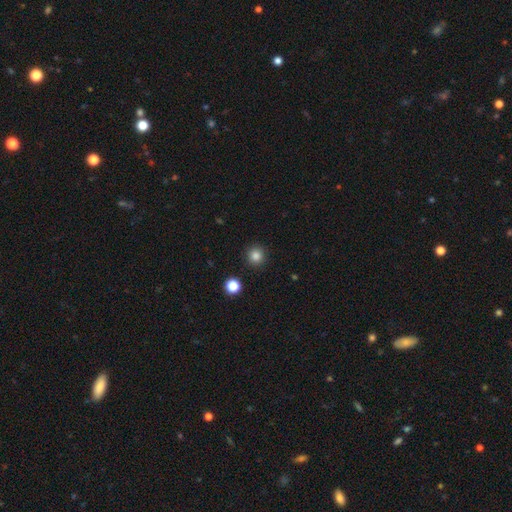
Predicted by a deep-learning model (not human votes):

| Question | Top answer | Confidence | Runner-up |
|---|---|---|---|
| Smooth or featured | smooth | 84% | star or artifact (12%) |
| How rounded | round | 95% | in between (5%) |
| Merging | none | 92% | minor disturbance (5%) |